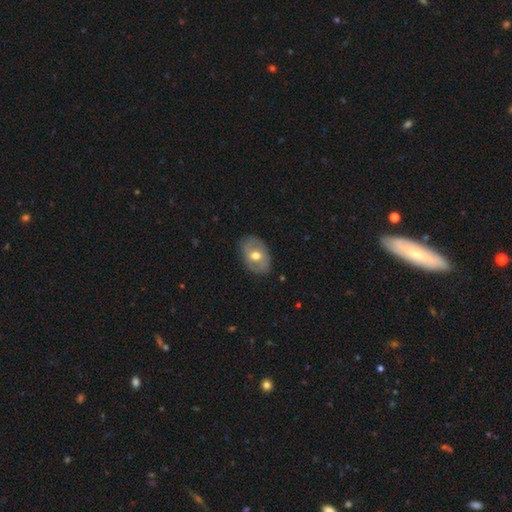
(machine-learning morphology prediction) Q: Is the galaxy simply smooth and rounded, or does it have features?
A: featured or disk — 49%.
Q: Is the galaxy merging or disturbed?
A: none — 78%.